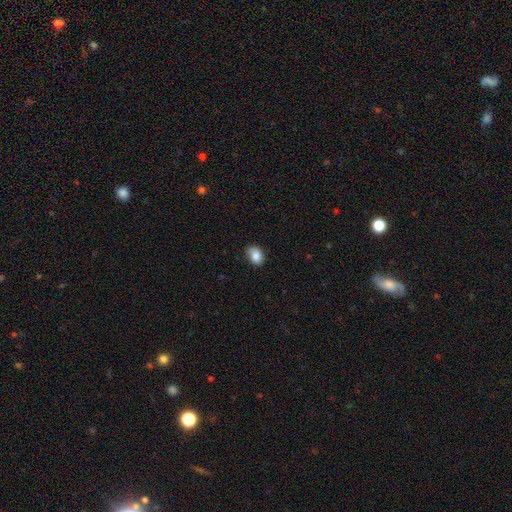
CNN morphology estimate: smooth 84%, star or artifact 8%, featured or disk 8%. Down the decision tree: how rounded — in between (73%); merging — none (79%).